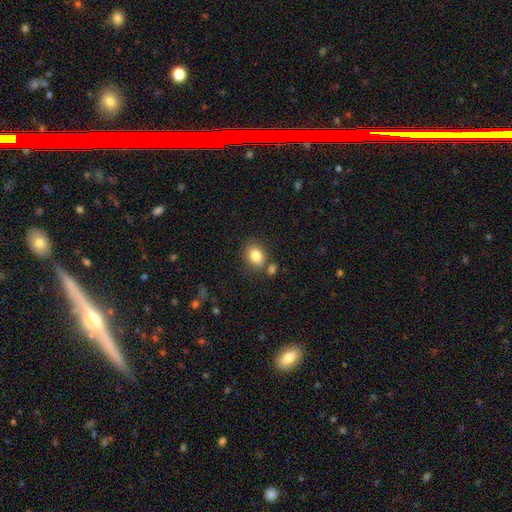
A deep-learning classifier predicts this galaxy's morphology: smooth 82%, star or artifact 9%, featured or disk 8%. Down the decision tree: how rounded — in between (53%); merging — none (70%).